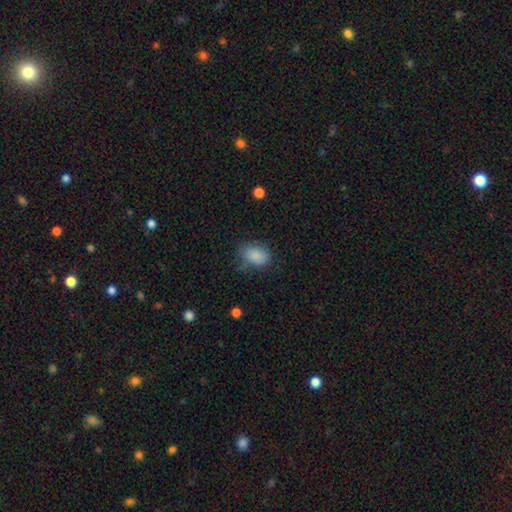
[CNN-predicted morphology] A smooth galaxy with no disk features (85%) that is in between round and cigar-shaped (81%). Merging: none (61%).